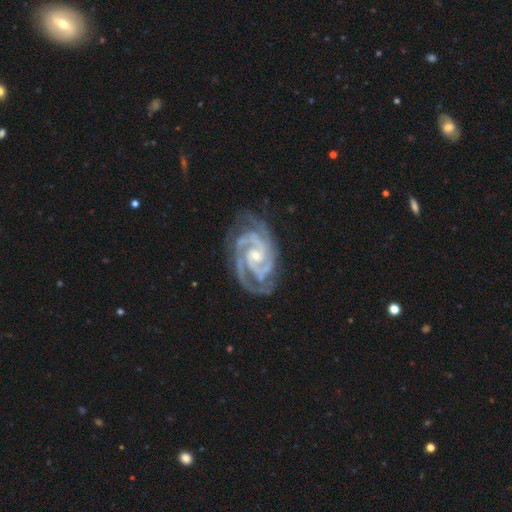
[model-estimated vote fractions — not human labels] Overall: featured or disk (94%). Edge-on disk: no (98%). Bar: no (58%; weak 31%). Spiral arms: yes (99%). Spiral arm count: 2 (38%; 3 36%). Spiral winding: tight (67%; medium 30%). Bulge size: small (56%; moderate 40%). Merging: none (74%).